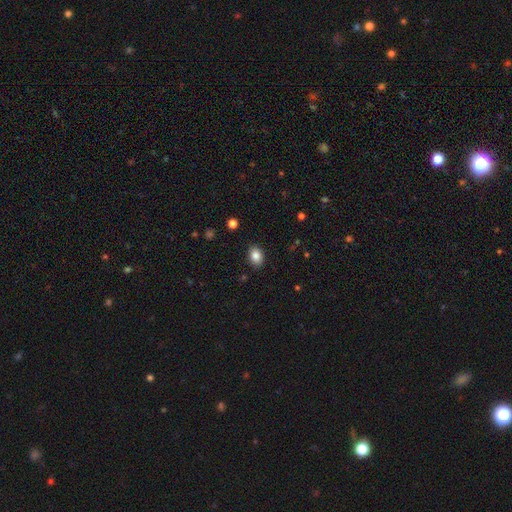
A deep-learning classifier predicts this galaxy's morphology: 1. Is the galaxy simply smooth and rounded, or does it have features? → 85% smooth, 9% star or artifact, 6% featured or disk.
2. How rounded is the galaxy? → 71% in between, 28% round, 1% cigar-shaped.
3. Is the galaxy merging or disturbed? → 88% none, 9% minor disturbance, 2% major disturbance, 1% merger.